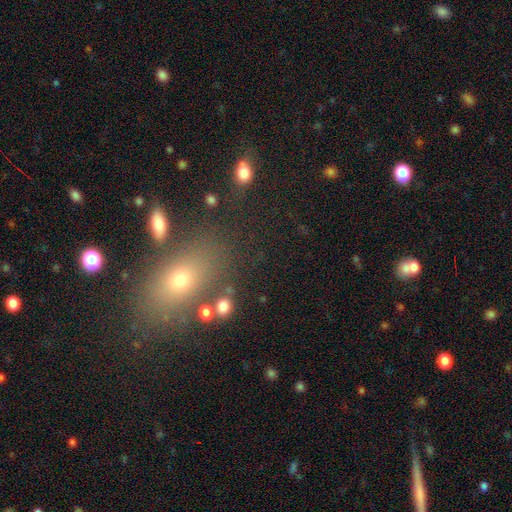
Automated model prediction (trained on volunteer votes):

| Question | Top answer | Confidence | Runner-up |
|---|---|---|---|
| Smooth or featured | smooth | 60% | star or artifact (25%) |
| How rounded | in between | 74% | round (20%) |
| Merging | none | 79% | minor disturbance (10%) |